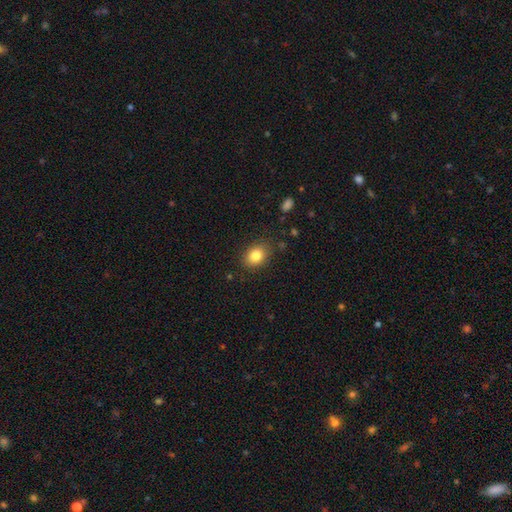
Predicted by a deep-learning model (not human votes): smooth_or_featured: smooth (p=0.83) [alt: star or artifact p=0.10]
how_rounded: in between (p=0.63) [alt: round p=0.36]
merging: none (p=0.83) [alt: minor disturbance p=0.12]